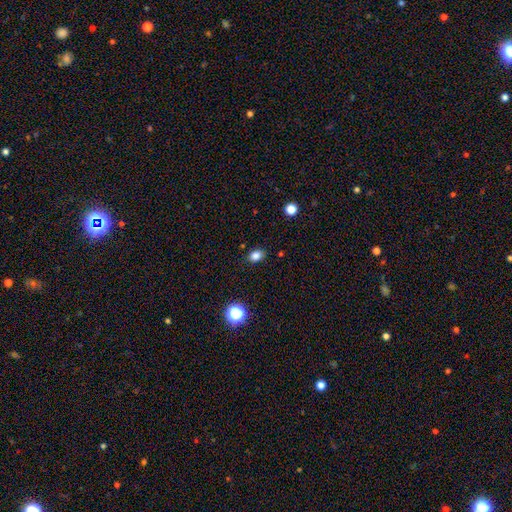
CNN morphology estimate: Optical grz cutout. It shows a smooth galaxy with no disk features (82%) that is in between round and cigar-shaped (70%). Merging: none (87%).